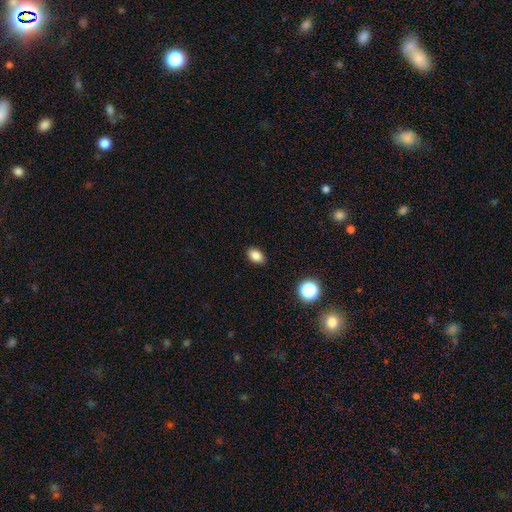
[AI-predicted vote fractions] Morphology: type=smooth (85%); roundness=in between (85%); merging=none (89%).